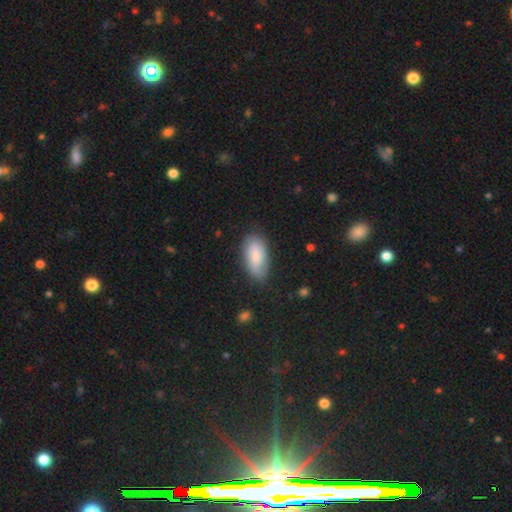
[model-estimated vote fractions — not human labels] A smooth galaxy with no disk features (81%) that is in between round and cigar-shaped (91%).

Vote fractions:
- Smooth or featured? smooth: 81% / featured or disk: 13% / star or artifact: 6%
- How rounded? in between: 91% / cigar-shaped: 7% / round: 2%
- Merging? none: 74% / minor disturbance: 20% / major disturbance: 5% / merger: 2%